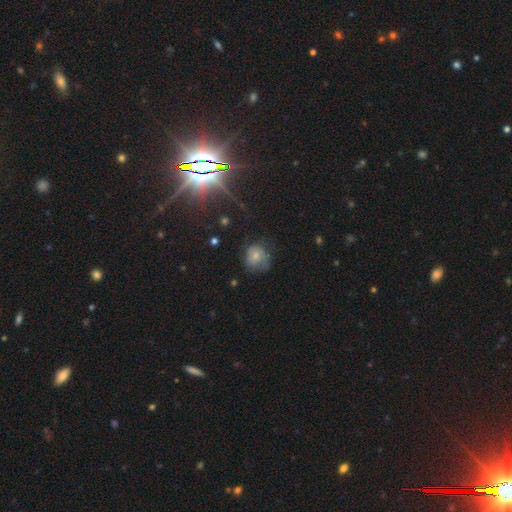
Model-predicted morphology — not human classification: smooth 56%, featured or disk 29%, star or artifact 14%. Down the decision tree: how rounded — round (72%); merging — none (51%).